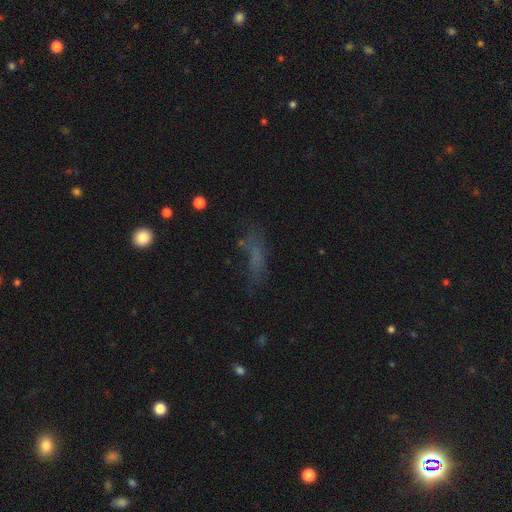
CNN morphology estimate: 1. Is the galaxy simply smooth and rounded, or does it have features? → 50% smooth, 25% star or artifact, 25% featured or disk.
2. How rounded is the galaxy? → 52% in between, 43% cigar-shaped, 5% round.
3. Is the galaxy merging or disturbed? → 46% none, 25% major disturbance, 23% minor disturbance, 5% merger.